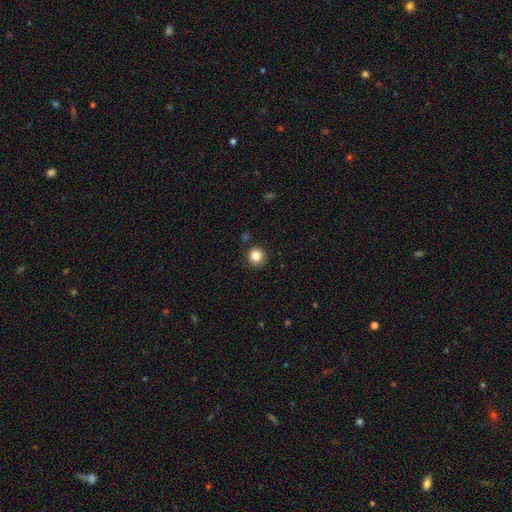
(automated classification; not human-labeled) The model was most divided on "smooth or featured": smooth: 85%, star or artifact: 10%, featured or disk: 5%. More confident: how rounded — round (94%); merging — none (89%).